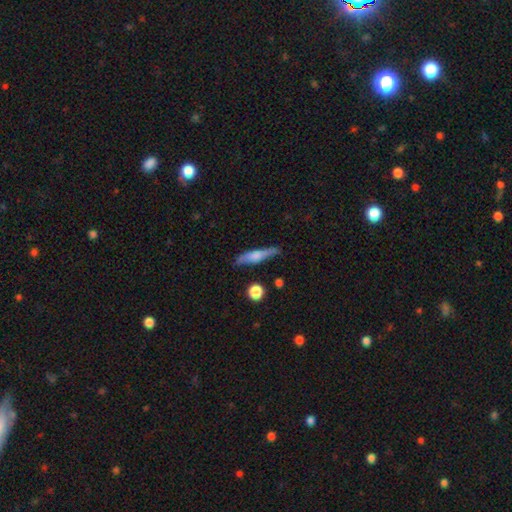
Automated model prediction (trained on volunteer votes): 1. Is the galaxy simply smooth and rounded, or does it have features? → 51% smooth, 42% featured or disk, 7% star or artifact.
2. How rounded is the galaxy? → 79% cigar-shaped, 18% in between, 3% round.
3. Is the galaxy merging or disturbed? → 75% none, 18% minor disturbance, 4% major disturbance, 3% merger.